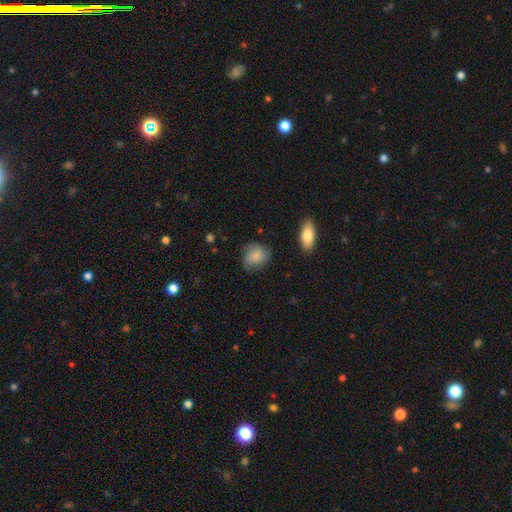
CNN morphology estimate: smooth 78%, featured or disk 15%, star or artifact 7%. Down the decision tree: how rounded — round (60%); merging — none (64%).